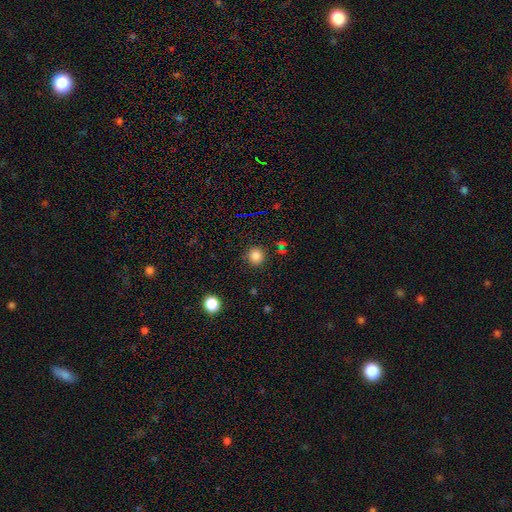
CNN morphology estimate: This is clearly a smooth galaxy (83%). How rounded: clearly round (93%). Merging: clearly none (89%).